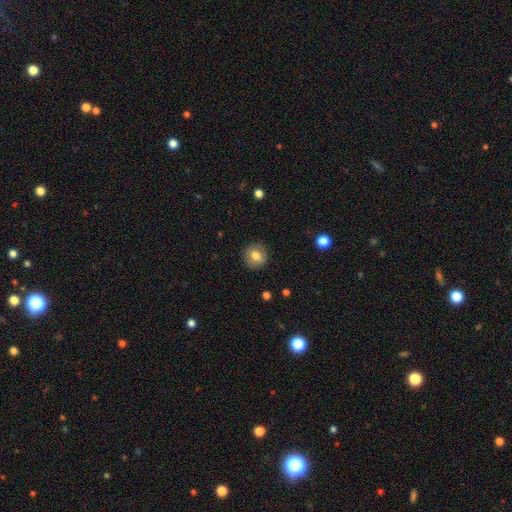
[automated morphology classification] Smooth or featured? Predicted: smooth (p=0.76). How rounded? Predicted: round (p=0.87). Merging? Predicted: none (p=0.88).